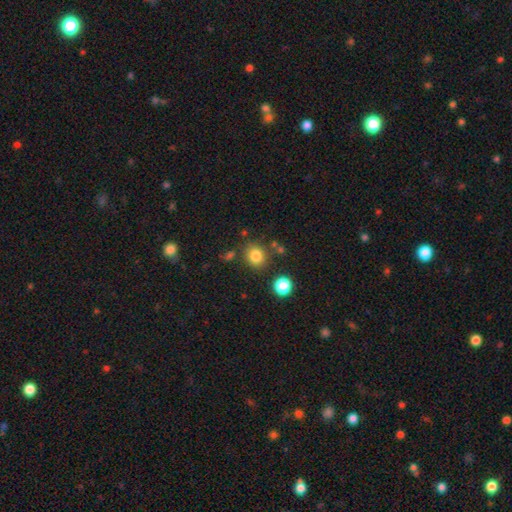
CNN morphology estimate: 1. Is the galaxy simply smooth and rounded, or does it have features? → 81% smooth, 13% star or artifact, 6% featured or disk.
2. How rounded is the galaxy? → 73% round, 26% in between, 1% cigar-shaped.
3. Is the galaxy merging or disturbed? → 79% none, 11% minor disturbance, 6% merger, 4% major disturbance.